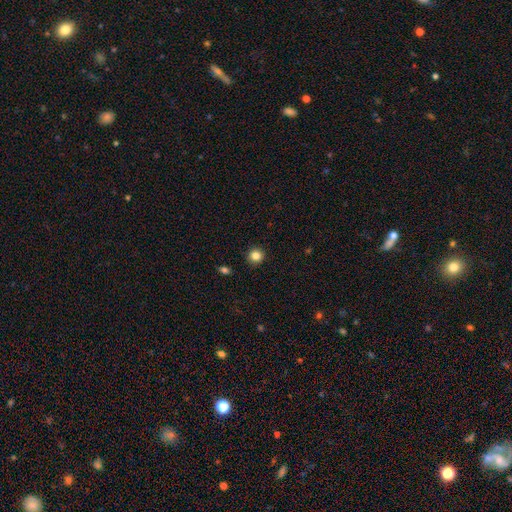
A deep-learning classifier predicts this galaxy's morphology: This appears to be a smooth galaxy with no disk features (84%) that is round (93%). Merging: none (92%).